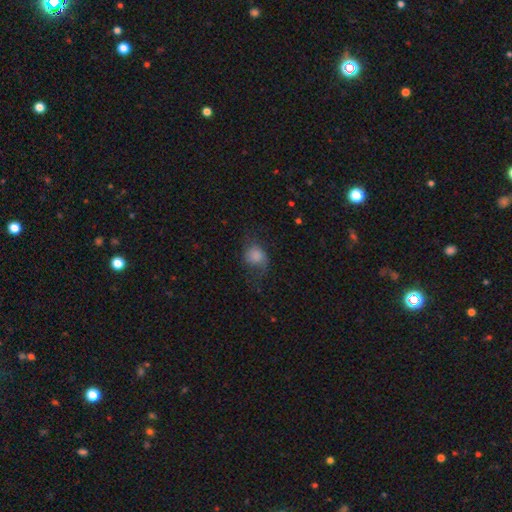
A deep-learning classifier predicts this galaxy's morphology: smooth-or-featured: smooth: 63% | featured or disk: 26% | star or artifact: 10%
  how-rounded: round: 60% | in between: 39% | cigar-shaped: 1%
  merging: none: 47% | major disturbance: 26% | minor disturbance: 25% | merger: 2%